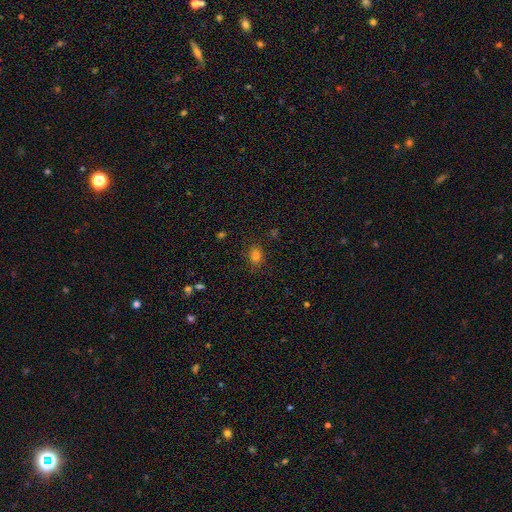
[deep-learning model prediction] Morphology: type=smooth (77%); roundness=in between (56%); merging=none (79%).